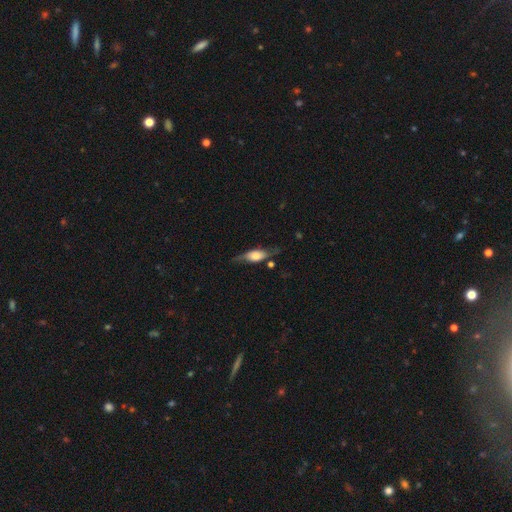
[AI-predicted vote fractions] Overall: featured or disk (48%; smooth 45%). Merging: none (60%; minor disturbance 25%).